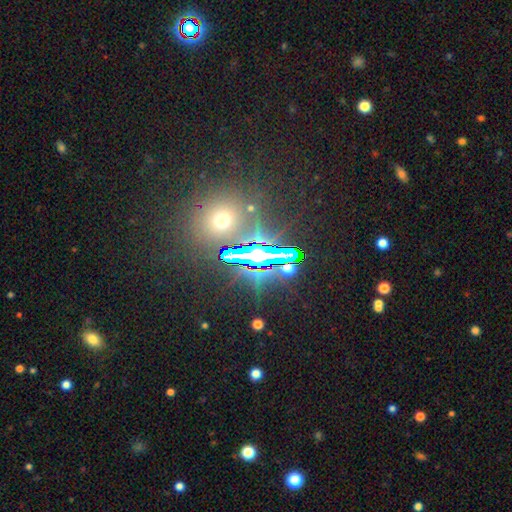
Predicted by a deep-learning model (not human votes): Smooth or featured? Predicted: star or artifact (p=0.74).